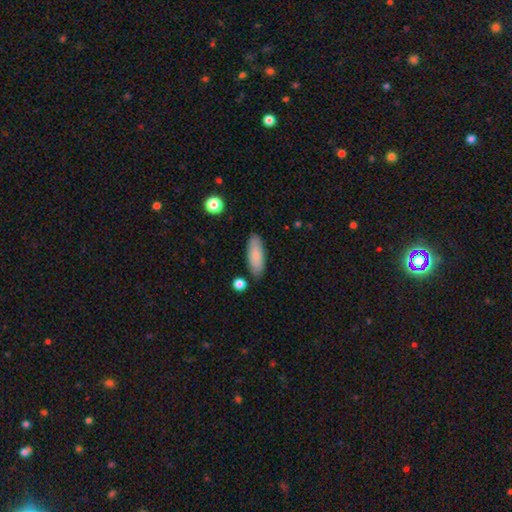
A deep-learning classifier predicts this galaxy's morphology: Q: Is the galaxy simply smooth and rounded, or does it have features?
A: smooth — 81%.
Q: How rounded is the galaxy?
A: in between — 72%.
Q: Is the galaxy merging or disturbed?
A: none — 83%.